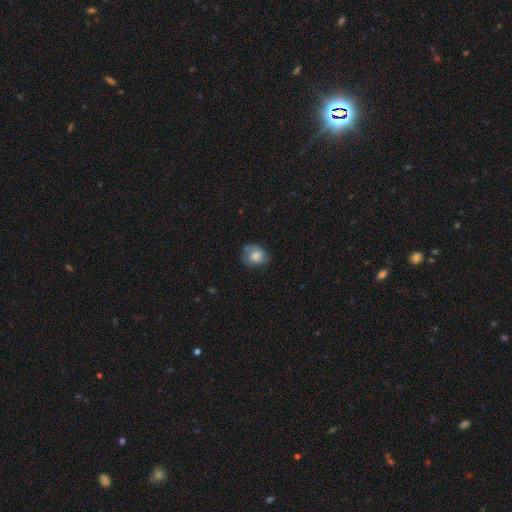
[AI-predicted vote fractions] Morphology: type=smooth (74%); roundness=round (56%); merging=none (53%).